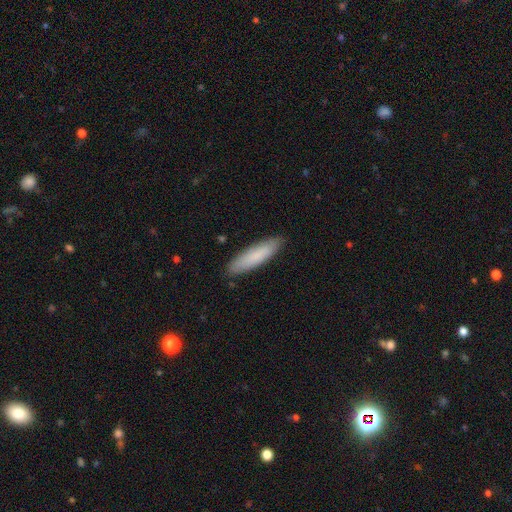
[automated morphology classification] The model was most divided on "how rounded": cigar-shaped: 73%, in between: 26%, round: 1%. More confident: merging — none (88%); smooth or featured — smooth (82%).